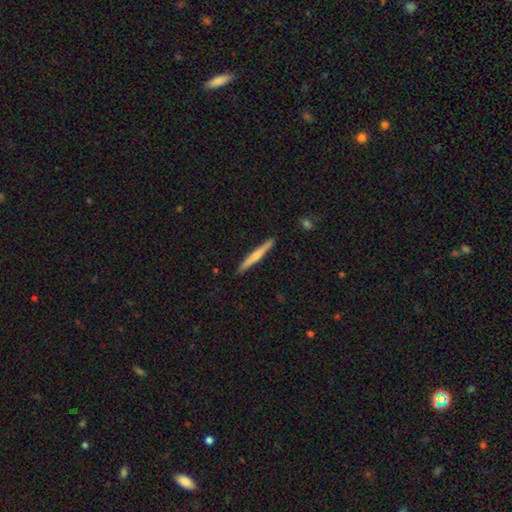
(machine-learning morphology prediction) smooth 50%, featured or disk 45%, star or artifact 5%. Down the decision tree: merging — none (90%).